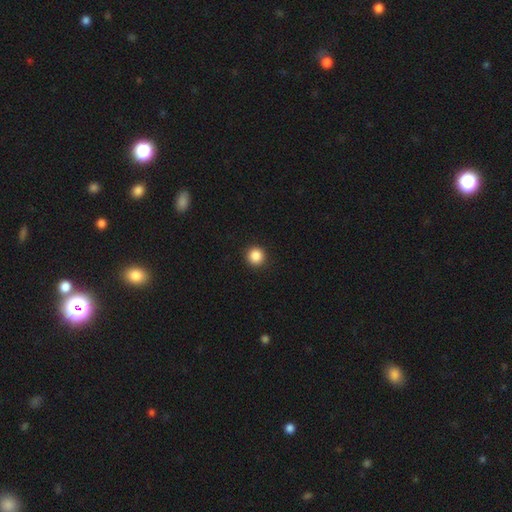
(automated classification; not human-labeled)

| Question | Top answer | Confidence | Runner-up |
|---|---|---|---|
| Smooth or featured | smooth | 87% | star or artifact (10%) |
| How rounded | round | 95% | in between (4%) |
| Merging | none | 93% | minor disturbance (4%) |